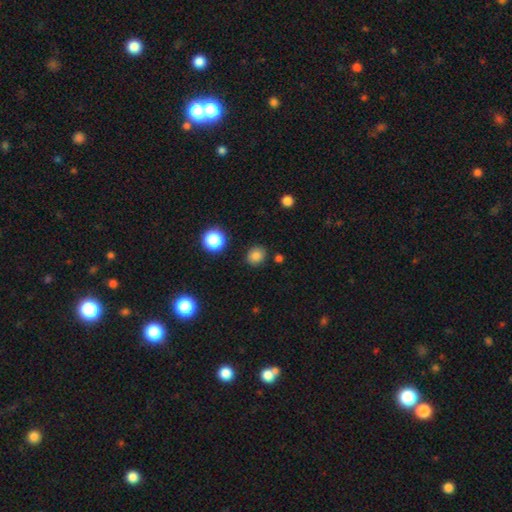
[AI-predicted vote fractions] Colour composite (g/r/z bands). It shows a smooth galaxy with no disk features (82%) that is round (78%). Merging: none (86%).